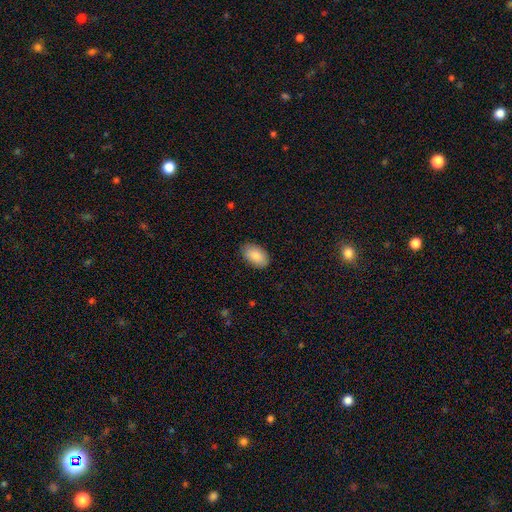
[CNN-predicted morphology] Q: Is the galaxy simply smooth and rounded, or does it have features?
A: smooth — 86%.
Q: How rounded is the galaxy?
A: in between — 94%.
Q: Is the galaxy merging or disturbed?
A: none — 87%.